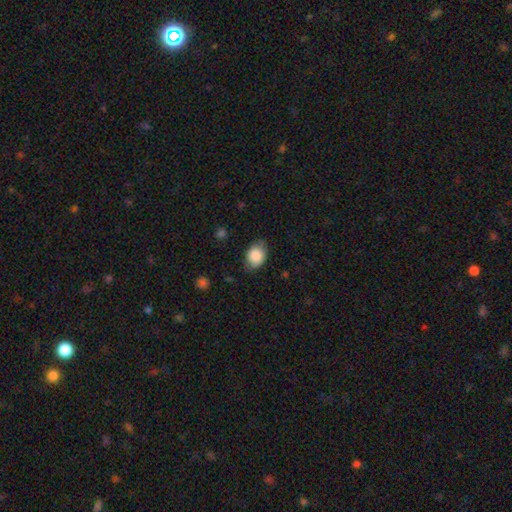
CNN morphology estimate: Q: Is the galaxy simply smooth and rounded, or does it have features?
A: smooth — 86%.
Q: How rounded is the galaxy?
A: in between — 70%.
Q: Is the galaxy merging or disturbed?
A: none — 75%.